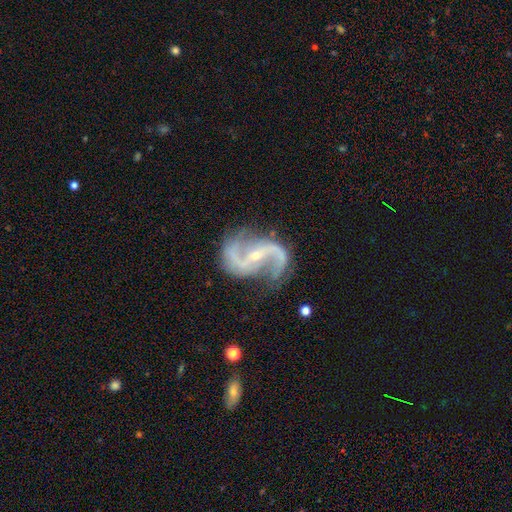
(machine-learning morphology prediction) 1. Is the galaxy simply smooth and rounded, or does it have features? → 92% featured or disk, 5% star or artifact, 3% smooth.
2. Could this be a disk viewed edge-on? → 98% no, 2% yes.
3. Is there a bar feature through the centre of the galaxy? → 36% strong, 34% weak, 31% no.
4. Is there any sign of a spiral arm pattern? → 98% yes, 2% no.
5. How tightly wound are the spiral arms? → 53% loose, 38% medium, 9% tight.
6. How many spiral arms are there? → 94% 2, 2% 1, 1% can't tell, 1% 3, 1% 4, 1% more than 4.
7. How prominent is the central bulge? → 76% small, 20% moderate, 2% none, 1% large, 1% dominant.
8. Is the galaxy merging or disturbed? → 71% none, 18% minor disturbance, 9% major disturbance, 3% merger.